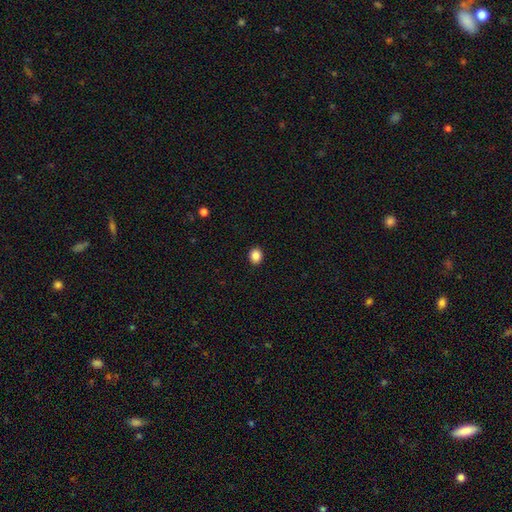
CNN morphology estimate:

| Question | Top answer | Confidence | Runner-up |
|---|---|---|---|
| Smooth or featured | smooth | 86% | star or artifact (10%) |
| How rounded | round | 69% | in between (30%) |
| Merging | none | 92% | minor disturbance (5%) |